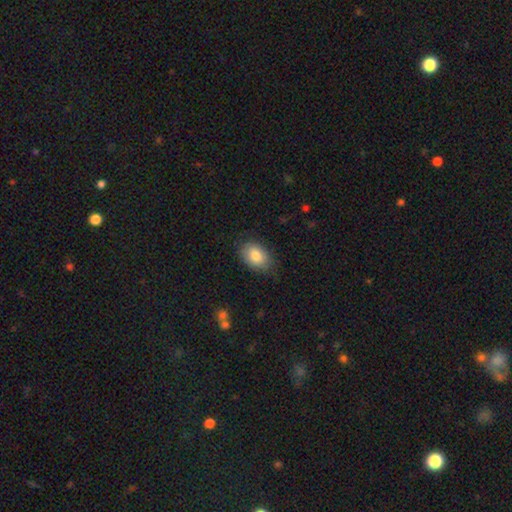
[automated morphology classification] Overall: smooth (83%). How rounded: in between (85%). Merging: none (79%).